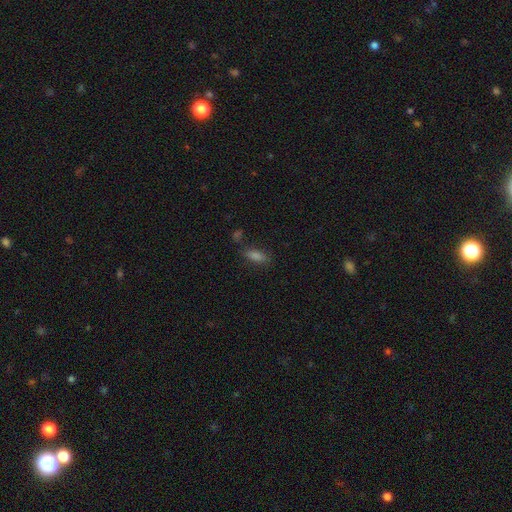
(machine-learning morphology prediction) This appears to be a smooth galaxy with no disk features (71%) that is in between round and cigar-shaped (66%). Merging: none (75%).